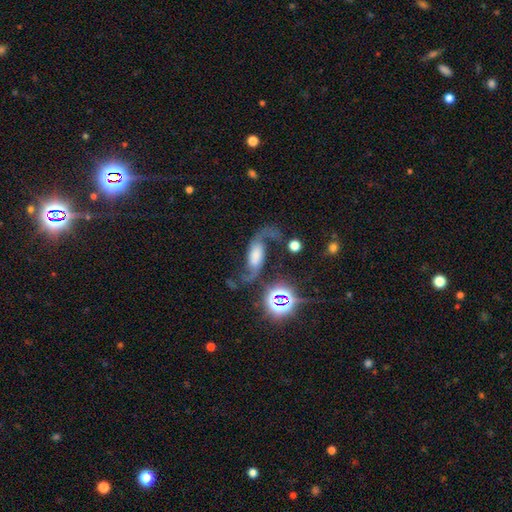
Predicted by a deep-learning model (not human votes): featured or disk 70%, smooth 16%, star or artifact 14%. Down the decision tree: edge-on disk — no (93%); bar — no (47%); spiral arms — yes (94%); spiral arm count — 2 (91%); spiral winding — loose (83%); bulge size — large (27%); merging — none (54%).